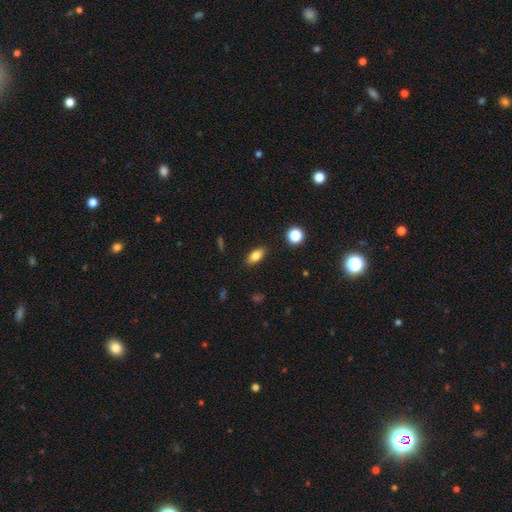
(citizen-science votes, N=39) Volunteers were most divided on "smooth or featured": smooth: 85%, featured or disk: 8%, star or artifact: 8%. More confident: how rounded — in between (91%); merging — none (89%).